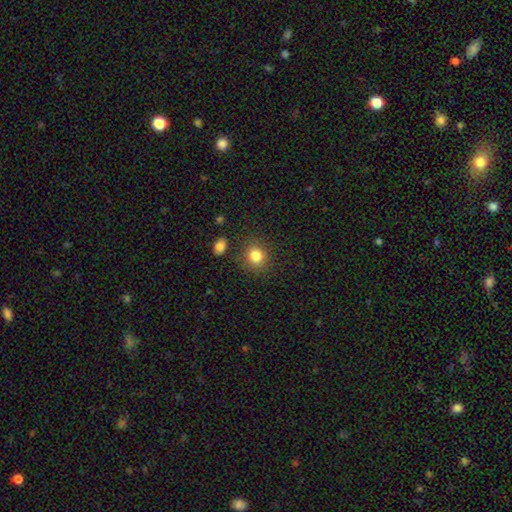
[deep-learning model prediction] This is clearly a smooth galaxy (83%). How rounded: likely round (73%). Merging: clearly none (83%).